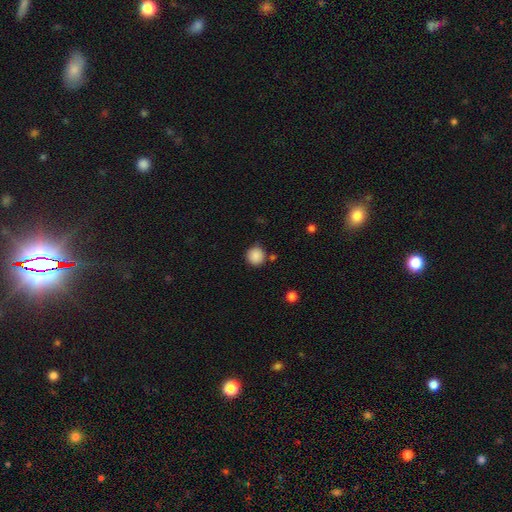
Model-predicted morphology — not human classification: Smooth or featured: smooth — 88% (star or artifact — 9%)
How rounded: round — 92% (in between — 7%)
Merging: none — 84% (minor disturbance — 9%)